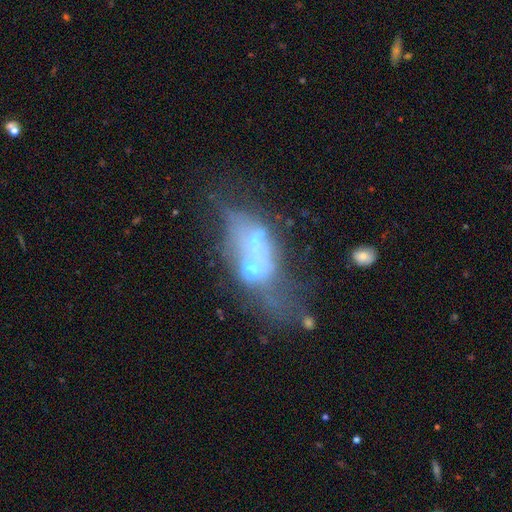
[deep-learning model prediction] The model was most divided on "merging": merger: 45%, major disturbance: 24%, none: 19%, minor disturbance: 11%. More confident: edge-on disk — no (84%); smooth or featured — featured or disk (56%).